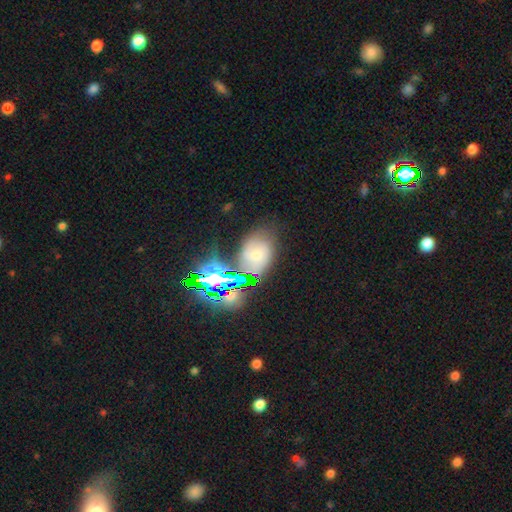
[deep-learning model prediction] Smooth or featured?
  - smooth: 44% *
  - star or artifact: 30%
  - featured or disk: 26%
Merging?
  - none: 55% *
  - minor disturbance: 23%
  - major disturbance: 12%
  - merger: 10%